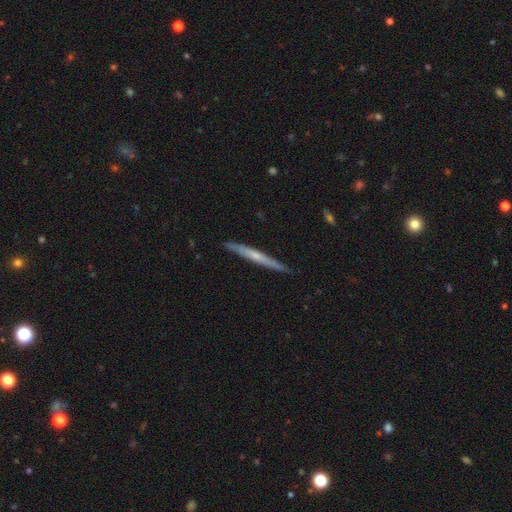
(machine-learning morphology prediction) Smooth or featured?
  - featured or disk: 59% *
  - smooth: 35%
  - star or artifact: 6%
Edge-on disk?
  - yes: 95% *
  - no: 5%
Edge-on bulge?
  - none: 51% *
  - rounded: 44%
  - boxy: 5%
Merging?
  - none: 88% *
  - minor disturbance: 10%
  - major disturbance: 1%
  - merger: 1%